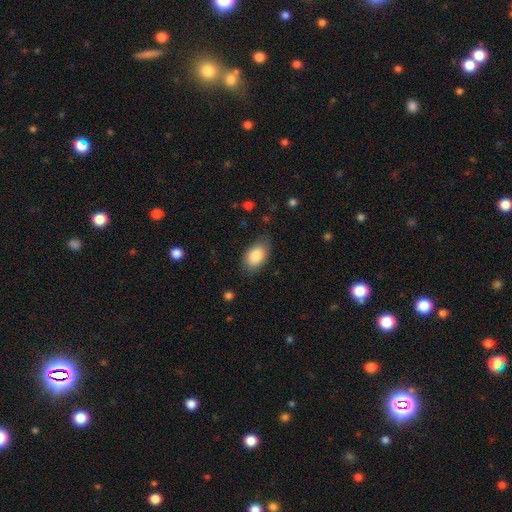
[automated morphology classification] smooth 84%, featured or disk 9%, star or artifact 7%. Down the decision tree: how rounded — in between (91%); merging — none (77%).